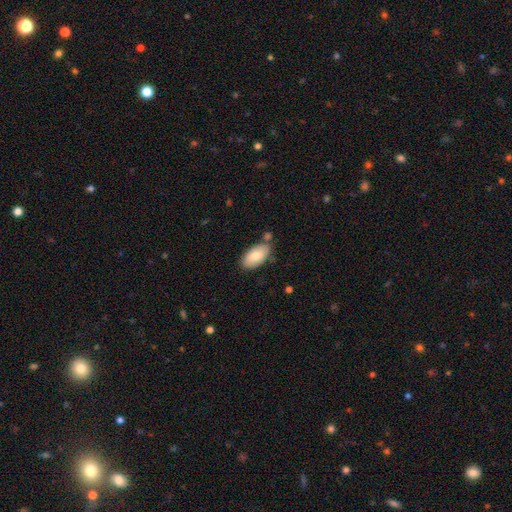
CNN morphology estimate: A smooth galaxy with no disk features (78%) that is in between round and cigar-shaped (94%). Merging: none (74%).